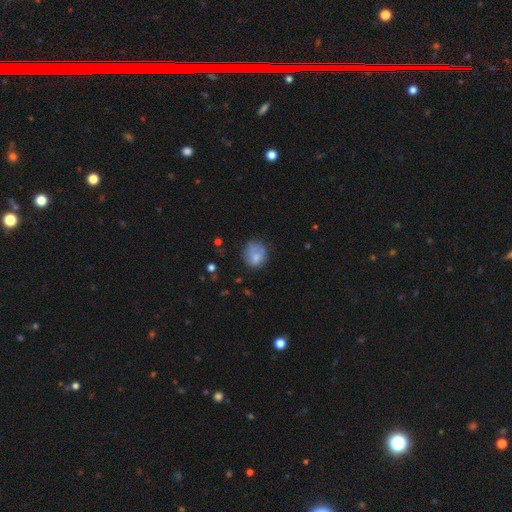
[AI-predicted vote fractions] A smooth galaxy with no disk features (68%) that is round (71%).

Vote fractions:
- Smooth or featured? smooth: 68% / featured or disk: 24% / star or artifact: 9%
- How rounded? round: 71% / in between: 28% / cigar-shaped: 1%
- Merging? none: 57% / minor disturbance: 27% / major disturbance: 13% / merger: 3%